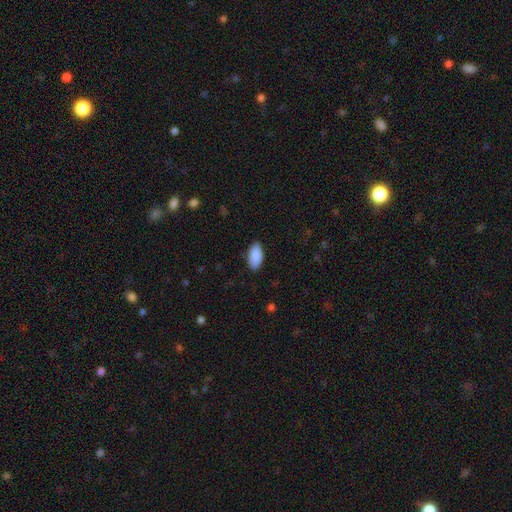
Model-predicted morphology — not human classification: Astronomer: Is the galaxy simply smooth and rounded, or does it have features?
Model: smooth — 89%.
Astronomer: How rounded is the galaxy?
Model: in between — 94%.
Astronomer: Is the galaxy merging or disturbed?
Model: none — 84%.